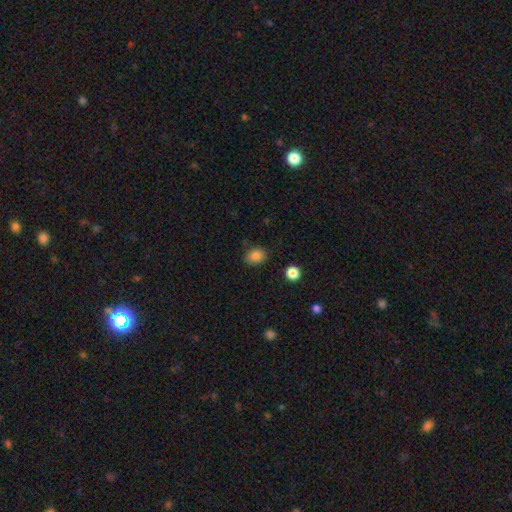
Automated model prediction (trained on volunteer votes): Smooth or featured: smooth — 85% (star or artifact — 10%)
How rounded: in between — 59% (round — 40%)
Merging: none — 82% (minor disturbance — 13%)